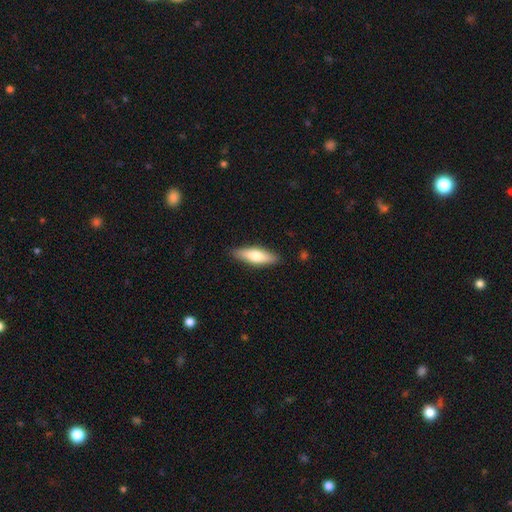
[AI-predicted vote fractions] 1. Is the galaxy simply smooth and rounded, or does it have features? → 67% smooth, 27% featured or disk, 6% star or artifact.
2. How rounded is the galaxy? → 52% cigar-shaped, 46% in between, 2% round.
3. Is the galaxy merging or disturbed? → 88% none, 9% minor disturbance, 2% major disturbance, 1% merger.